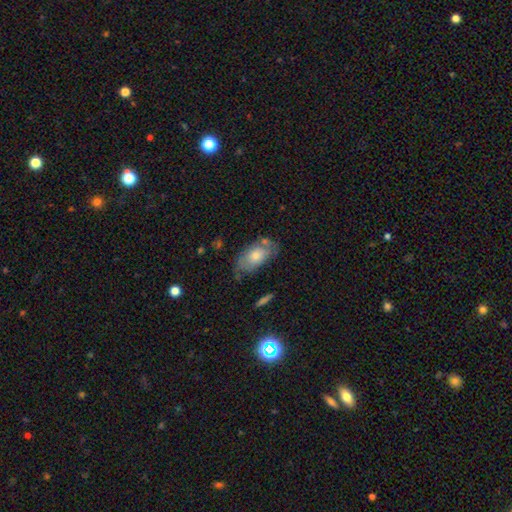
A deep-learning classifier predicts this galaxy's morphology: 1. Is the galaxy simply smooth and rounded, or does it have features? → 62% smooth, 31% featured or disk, 6% star or artifact.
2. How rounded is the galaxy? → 91% in between, 5% round, 4% cigar-shaped.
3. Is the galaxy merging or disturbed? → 60% none, 26% minor disturbance, 8% major disturbance, 6% merger.